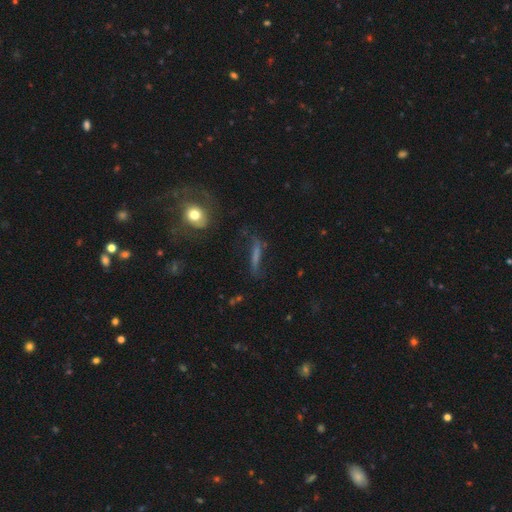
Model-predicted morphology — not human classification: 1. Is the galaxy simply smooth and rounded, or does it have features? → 43% smooth, 39% featured or disk, 18% star or artifact.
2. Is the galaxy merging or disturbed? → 62% none, 20% minor disturbance, 14% major disturbance, 4% merger.